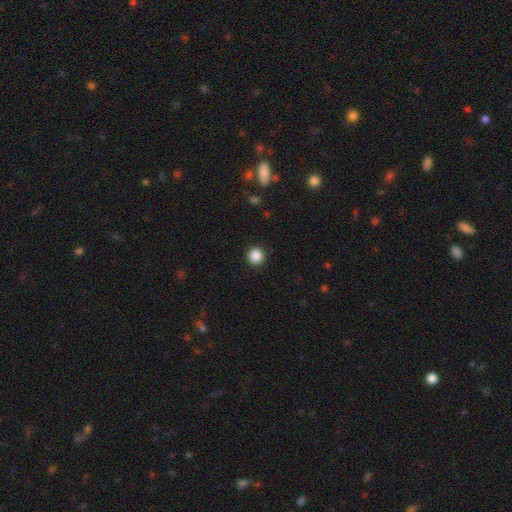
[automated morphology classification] A smooth galaxy with no disk features (88%) that is round (95%).

Vote fractions:
- Smooth or featured? smooth: 88% / star or artifact: 10% / featured or disk: 3%
- How rounded? round: 95% / in between: 4% / cigar-shaped: 1%
- Merging? none: 93% / minor disturbance: 5% / major disturbance: 2% / merger: 1%